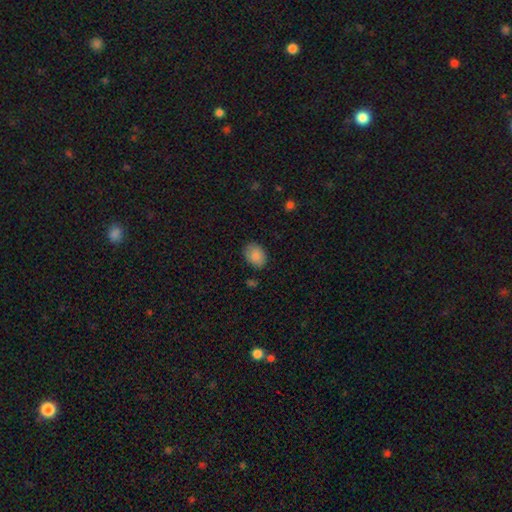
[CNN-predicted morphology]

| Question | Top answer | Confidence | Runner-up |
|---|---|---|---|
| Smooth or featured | smooth | 87% | star or artifact (8%) |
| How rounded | in between | 71% | round (28%) |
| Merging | none | 80% | minor disturbance (15%) |